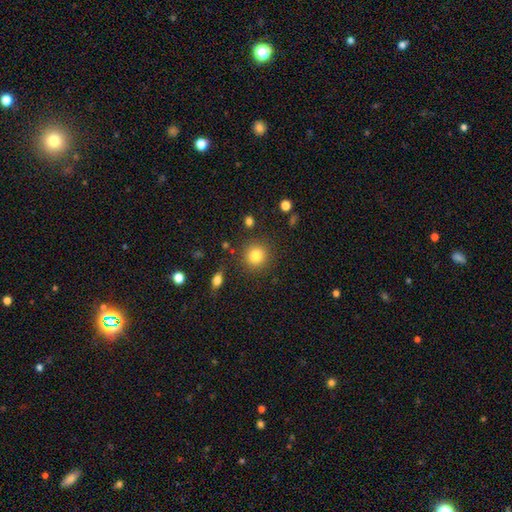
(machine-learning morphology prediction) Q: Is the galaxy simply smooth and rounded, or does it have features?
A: smooth — 82%.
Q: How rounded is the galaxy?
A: round — 89%.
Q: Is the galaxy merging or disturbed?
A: none — 87%.